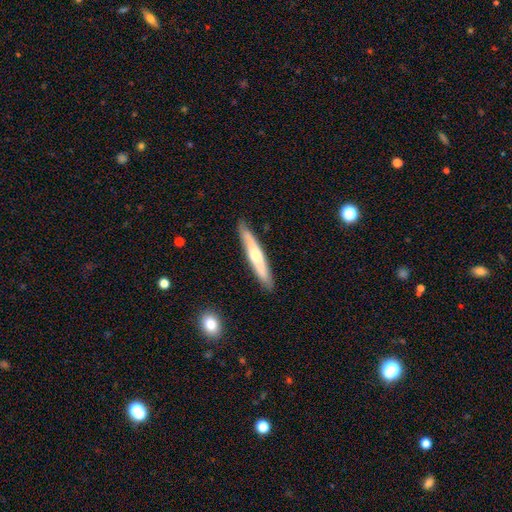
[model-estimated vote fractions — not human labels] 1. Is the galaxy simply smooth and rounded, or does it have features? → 52% smooth, 43% featured or disk, 5% star or artifact.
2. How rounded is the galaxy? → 93% cigar-shaped, 6% in between, 1% round.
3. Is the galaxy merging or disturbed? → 87% none, 10% minor disturbance, 2% major disturbance, 1% merger.